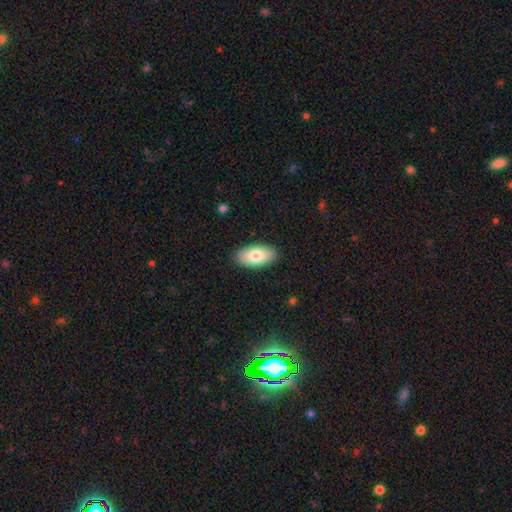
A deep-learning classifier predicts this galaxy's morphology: Smooth or featured: smooth — 79% (featured or disk — 15%)
How rounded: in between — 94% (round — 3%)
Merging: none — 88% (minor disturbance — 9%)